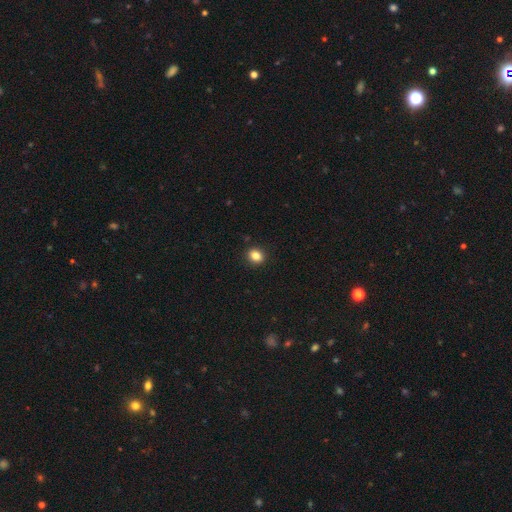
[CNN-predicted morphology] smooth-or-featured: smooth: 84% | star or artifact: 11% | featured or disk: 5%
  how-rounded: round: 67% | in between: 32% | cigar-shaped: 1%
  merging: none: 91% | minor disturbance: 6% | major disturbance: 2% | merger: 1%